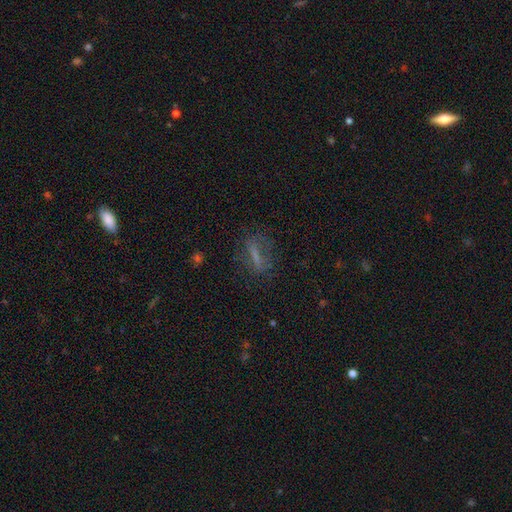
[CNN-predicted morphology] Overall: smooth (46%; featured or disk 36%). Merging: none (72%).